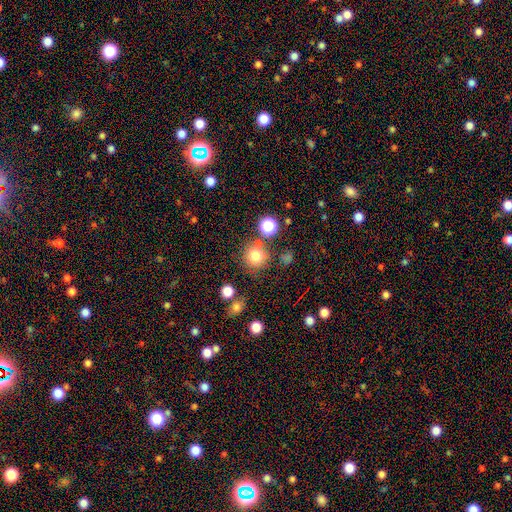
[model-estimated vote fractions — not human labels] Smooth or featured? smooth (75%)
How rounded? round (91%)
Merging? none (72%)